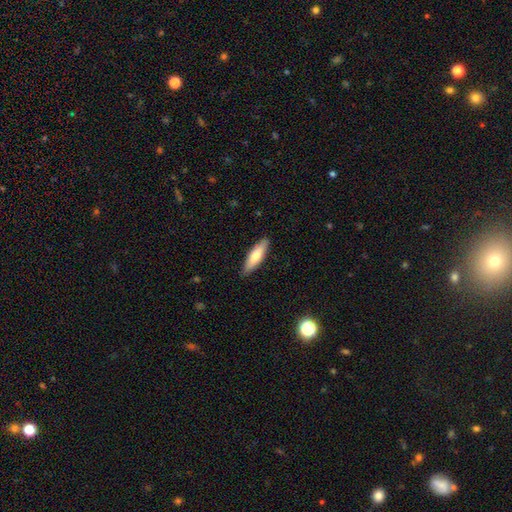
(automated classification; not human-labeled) A smooth galaxy with no disk features (71%) that is cigar-shaped (59%). Merging: none (88%).